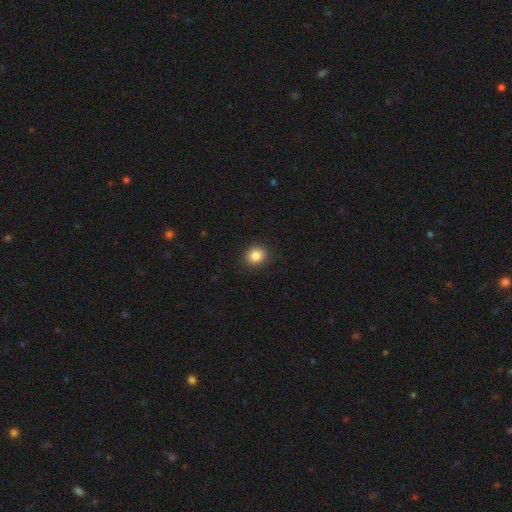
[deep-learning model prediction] The model was most divided on "how rounded": round: 77%, in between: 22%, cigar-shaped: 1%. More confident: merging — none (90%); smooth or featured — smooth (86%).